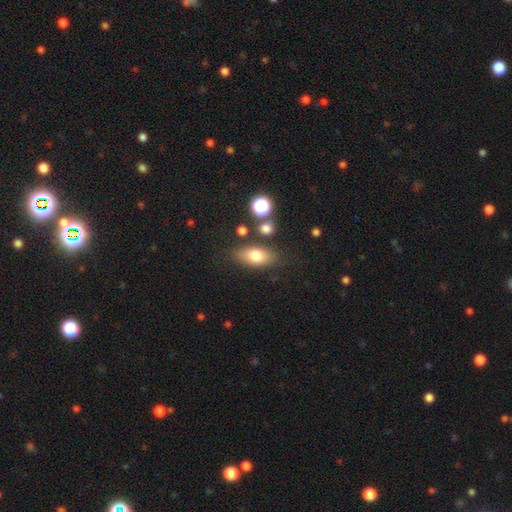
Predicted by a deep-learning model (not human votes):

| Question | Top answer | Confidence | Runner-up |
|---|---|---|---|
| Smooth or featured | smooth | 75% | featured or disk (16%) |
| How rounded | in between | 83% | cigar-shaped (9%) |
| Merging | none | 78% | minor disturbance (13%) |